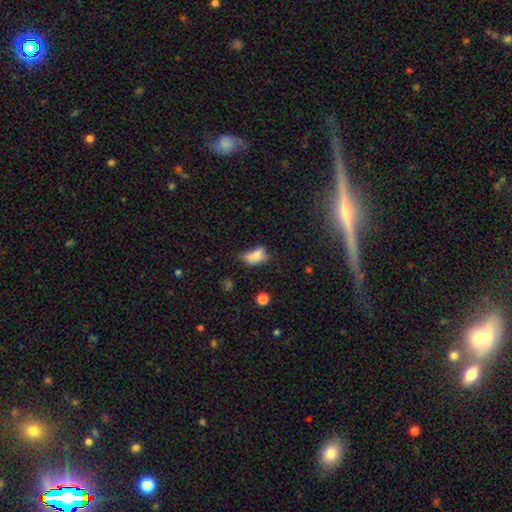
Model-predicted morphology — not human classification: smooth-or-featured: smooth: 68% | featured or disk: 19% | star or artifact: 13%
  how-rounded: in between: 84% | round: 9% | cigar-shaped: 8%
  merging: minor disturbance: 34% | none: 33% | major disturbance: 24% | merger: 9%